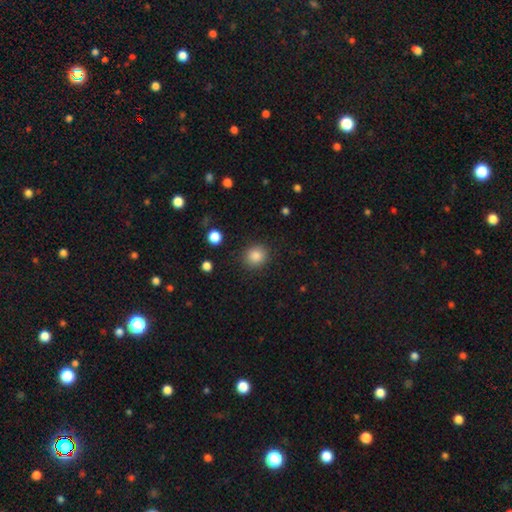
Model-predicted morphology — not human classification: Smooth or featured: smooth — 86% (star or artifact — 10%)
How rounded: round — 83% (in between — 16%)
Merging: none — 88% (minor disturbance — 8%)